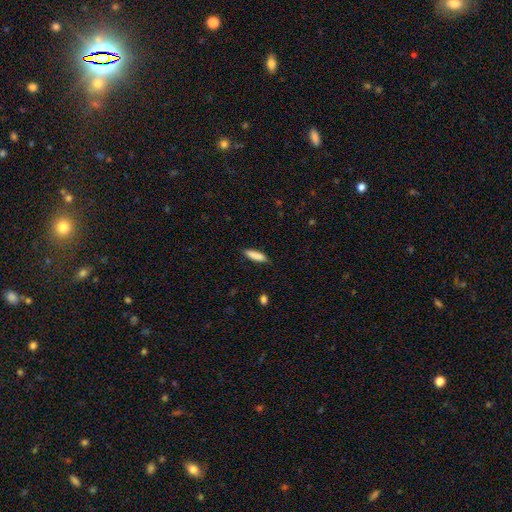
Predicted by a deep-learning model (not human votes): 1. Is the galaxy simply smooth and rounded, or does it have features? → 87% smooth, 7% featured or disk, 6% star or artifact.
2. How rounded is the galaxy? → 63% cigar-shaped, 36% in between, 1% round.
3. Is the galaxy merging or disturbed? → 84% none, 13% minor disturbance, 2% major disturbance, 1% merger.